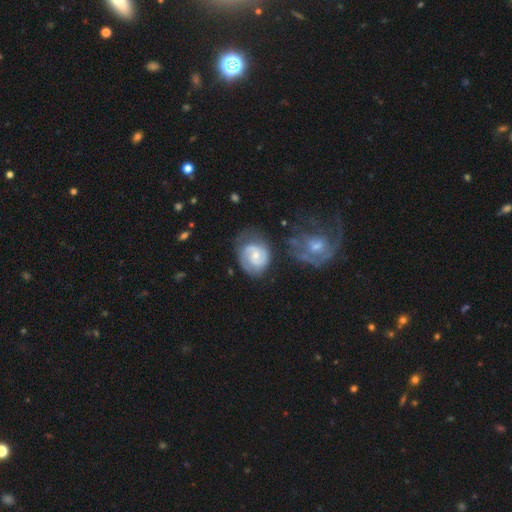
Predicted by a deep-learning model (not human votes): smooth_or_featured: featured or disk (p=0.78) [alt: smooth p=0.17]
disk_edge_on: no (p=0.98) [alt: yes p=0.02]
bar: no (p=0.56) [alt: weak p=0.38]
has_spiral_arms: yes (p=0.94) [alt: no p=0.06]
spiral_winding: tight (p=0.52) [alt: medium p=0.38]
spiral_arm_count: 2 (p=0.74) [alt: can't tell p=0.12]
bulge_size: small (p=0.49) [alt: moderate p=0.44]
merging: none (p=0.63) [alt: minor disturbance p=0.21]